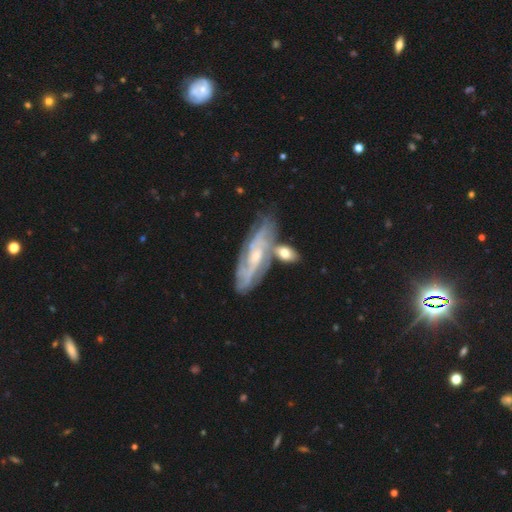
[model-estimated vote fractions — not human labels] Q: Smooth or featured?
A: featured or disk (82%); runner-up: smooth (12%)
Q: Edge-on disk?
A: no (84%); runner-up: yes (16%)
Q: Bar?
A: no (53%); runner-up: weak (36%)
Q: Spiral arms?
A: yes (93%); runner-up: no (7%)
Q: Spiral winding?
A: tight (55%); runner-up: medium (35%)
Q: Spiral arm count?
A: can't tell (37%); runner-up: 2 (26%)
Q: Bulge size?
A: small (60%); runner-up: moderate (34%)
Q: Merging?
A: none (61%); runner-up: merger (17%)